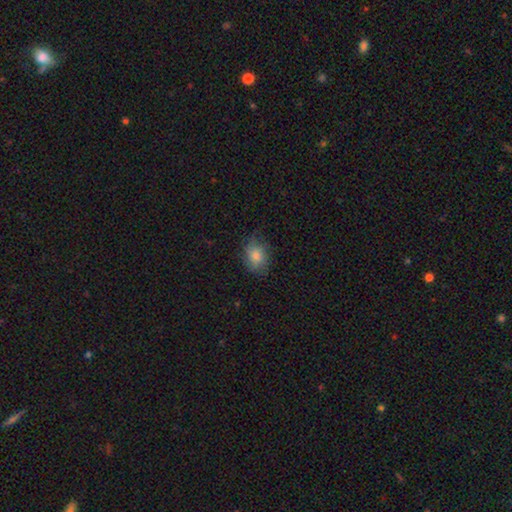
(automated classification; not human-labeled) Smooth or featured? smooth (79%)
How rounded? in between (62%)
Merging? none (71%)